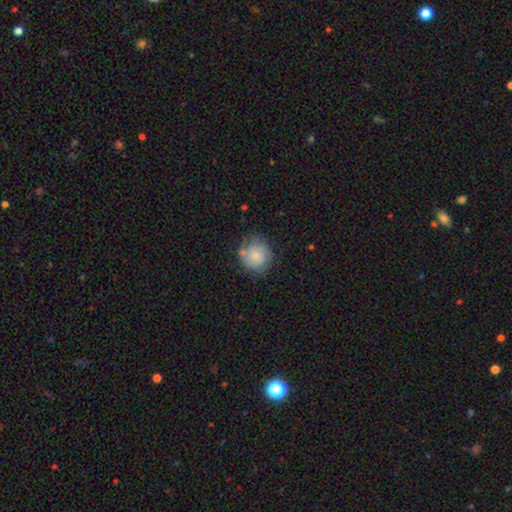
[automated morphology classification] Smooth or featured? Predicted: smooth (p=0.75). How rounded? Predicted: round (p=0.84). Merging? Predicted: none (p=0.63).